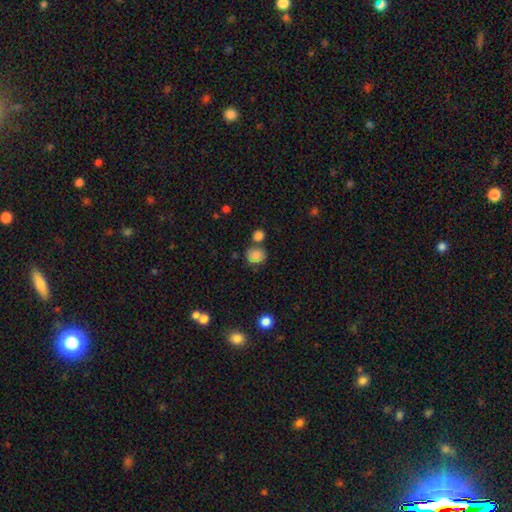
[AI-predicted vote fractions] Overall: smooth (84%). How rounded: round (76%). Merging: none (63%).